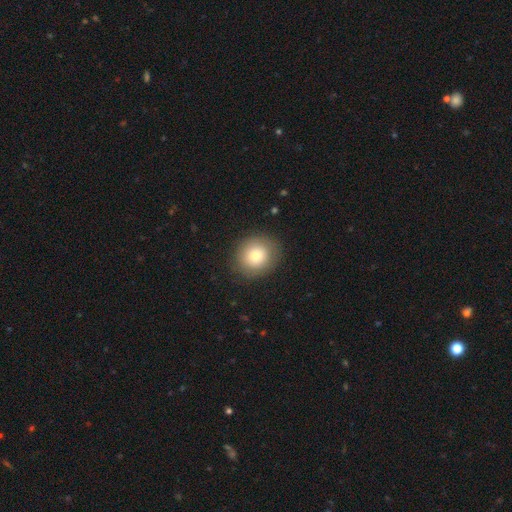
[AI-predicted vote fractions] smooth_or_featured: smooth (p=0.79) [alt: featured or disk p=0.11]
how_rounded: round (p=0.80) [alt: in between p=0.19]
merging: none (p=0.87) [alt: minor disturbance p=0.09]